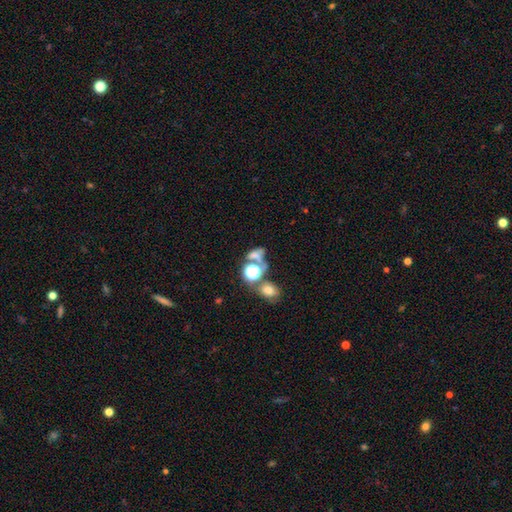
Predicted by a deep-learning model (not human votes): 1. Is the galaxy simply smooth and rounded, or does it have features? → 54% smooth, 30% star or artifact, 16% featured or disk.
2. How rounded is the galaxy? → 51% in between, 45% round, 4% cigar-shaped.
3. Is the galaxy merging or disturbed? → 39% merger, 35% none, 14% major disturbance, 12% minor disturbance.